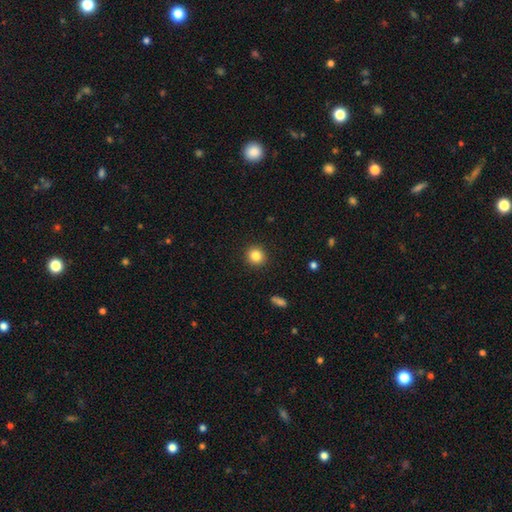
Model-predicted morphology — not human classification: type=smooth (84%); roundness=round (92%); merging=none (92%).